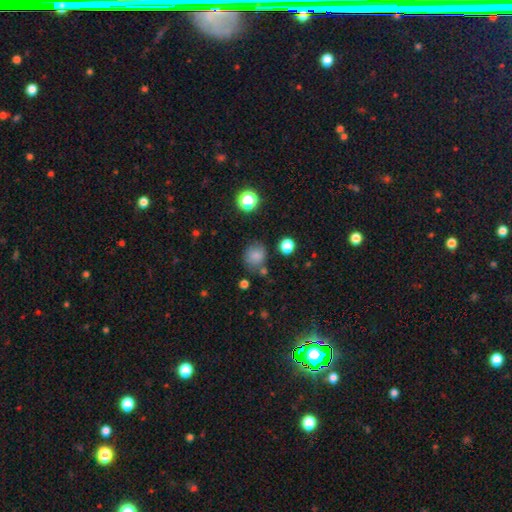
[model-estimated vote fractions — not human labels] Smooth or featured?
  - smooth: 79% *
  - star or artifact: 14%
  - featured or disk: 7%
How rounded?
  - round: 85% *
  - in between: 15%
  - cigar-shaped: 1%
Merging?
  - none: 70% *
  - minor disturbance: 17%
  - merger: 7%
  - major disturbance: 5%